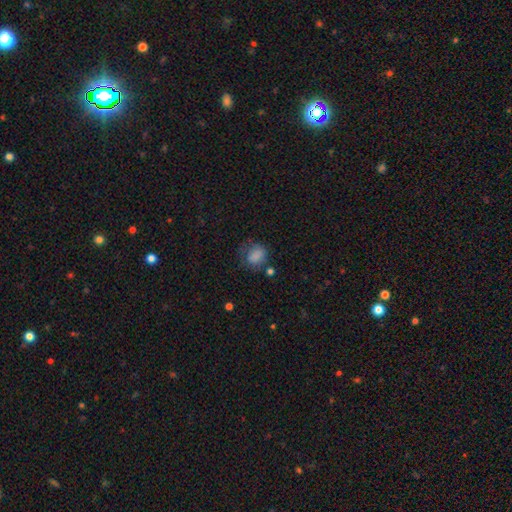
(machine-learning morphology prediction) Smooth or featured? Predicted: smooth (p=0.79). How rounded? Predicted: in between (p=0.50). Merging? Predicted: none (p=0.49).